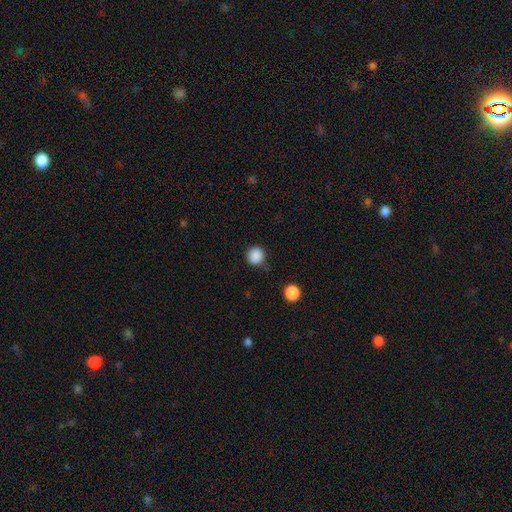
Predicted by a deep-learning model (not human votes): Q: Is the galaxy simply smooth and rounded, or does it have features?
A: smooth — 87%.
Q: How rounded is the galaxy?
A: round — 94%.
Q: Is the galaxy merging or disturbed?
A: none — 83%.